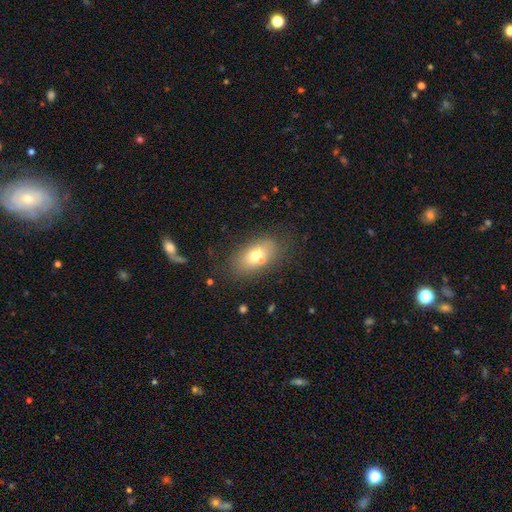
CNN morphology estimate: Overall: smooth (67%). How rounded: in between (84%). Merging: none (64%).